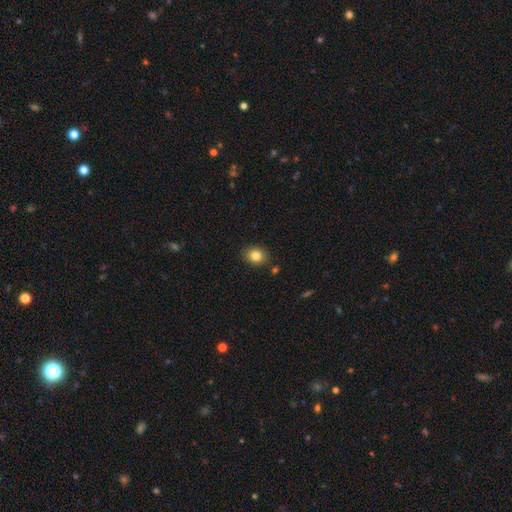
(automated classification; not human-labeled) A smooth galaxy with no disk features (83%) that is round (61%). Merging: none (86%).